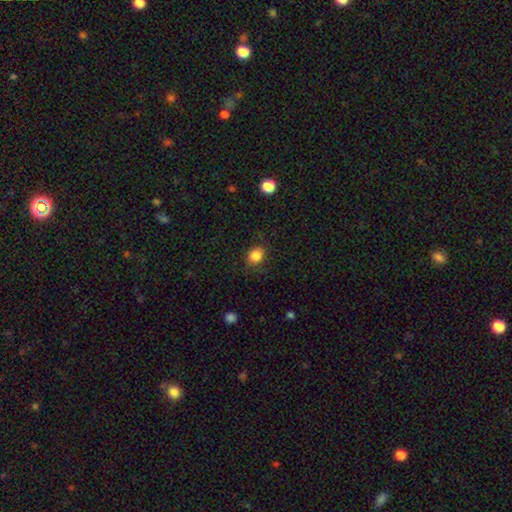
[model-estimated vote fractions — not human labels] smooth 85%, star or artifact 11%, featured or disk 4%. Down the decision tree: how rounded — round (69%); merging — none (83%).